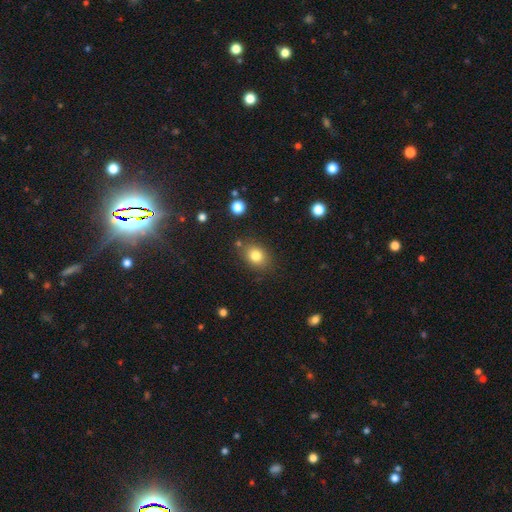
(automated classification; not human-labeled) A smooth galaxy with no disk features (82%) that is in between round and cigar-shaped (55%).

Vote fractions:
- Smooth or featured? smooth: 82% / star or artifact: 11% / featured or disk: 8%
- How rounded? in between: 55% / round: 44% / cigar-shaped: 1%
- Merging? none: 79% / minor disturbance: 12% / merger: 5% / major disturbance: 4%